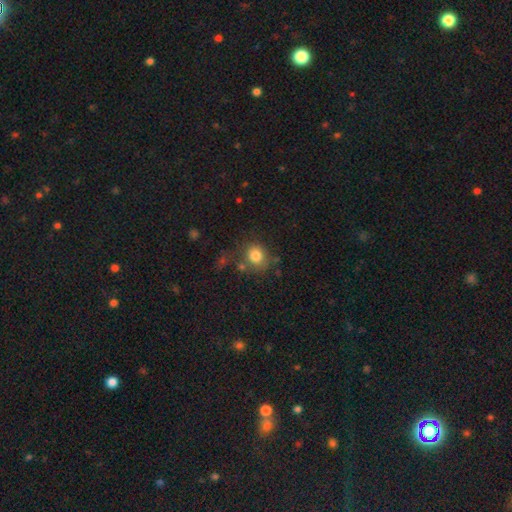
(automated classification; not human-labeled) Morphology: type=smooth (81%); roundness=round (80%); merging=none (68%).